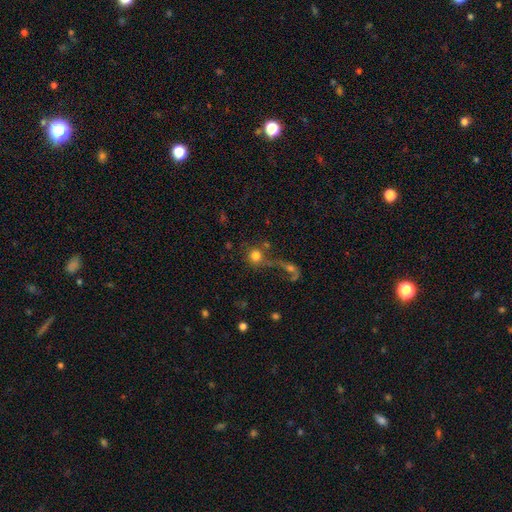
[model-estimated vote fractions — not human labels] Q: Smooth or featured?
A: smooth (76%); runner-up: featured or disk (12%)
Q: How rounded?
A: round (91%); runner-up: in between (8%)
Q: Merging?
A: none (43%); runner-up: merger (37%)